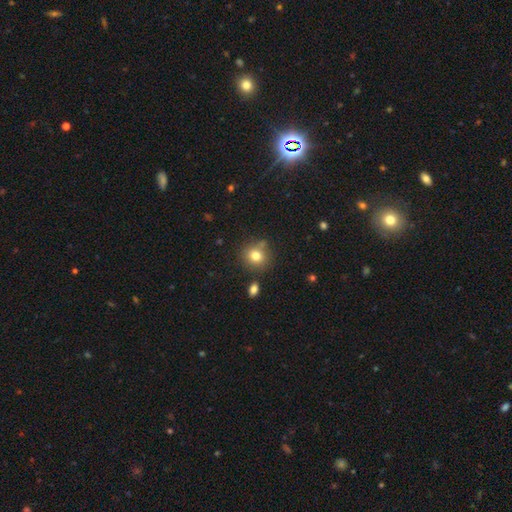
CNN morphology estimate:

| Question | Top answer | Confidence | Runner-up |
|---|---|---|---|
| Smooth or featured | smooth | 79% | star or artifact (11%) |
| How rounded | round | 85% | in between (14%) |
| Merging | none | 75% | minor disturbance (13%) |